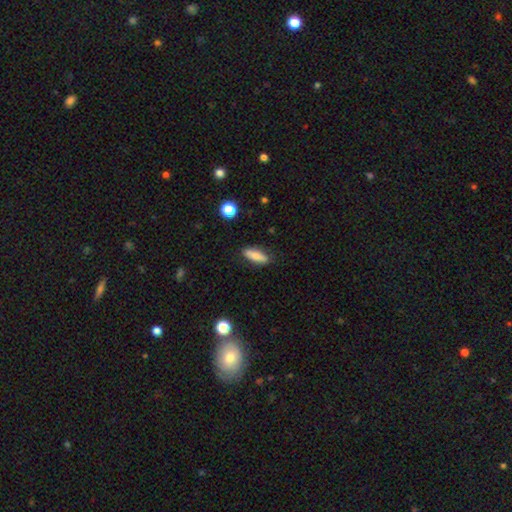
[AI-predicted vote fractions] Smooth or featured: smooth — 73% (featured or disk — 19%)
How rounded: in between — 54% (cigar-shaped — 43%)
Merging: none — 85% (minor disturbance — 11%)